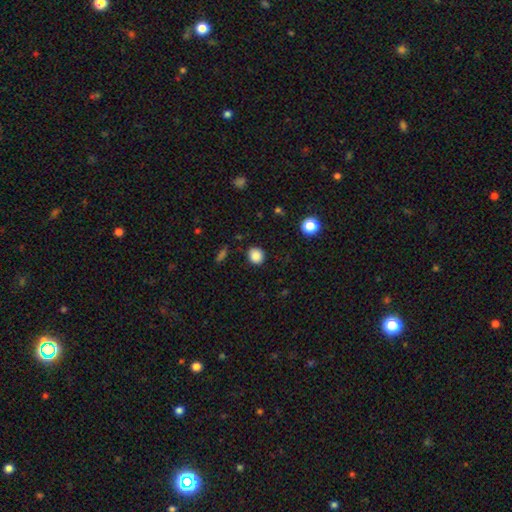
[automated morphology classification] Smooth or featured? Predicted: smooth (p=0.87). How rounded? Predicted: round (p=0.79). Merging? Predicted: none (p=0.88).